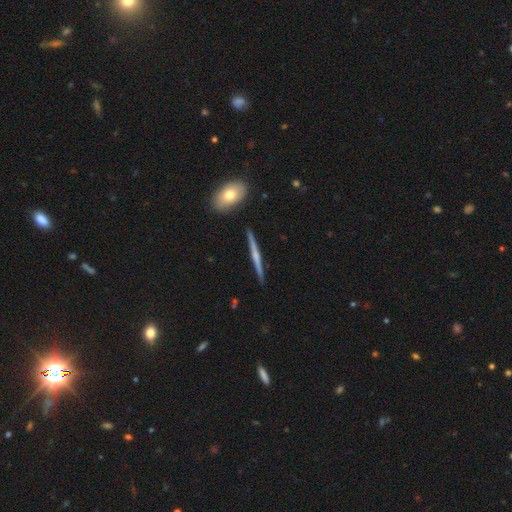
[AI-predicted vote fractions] Smooth or featured? Predicted: featured or disk (p=0.67). Edge-on disk? Predicted: yes (p=0.98). Edge-on bulge? Predicted: rounded (p=0.51). Merging? Predicted: none (p=0.91).